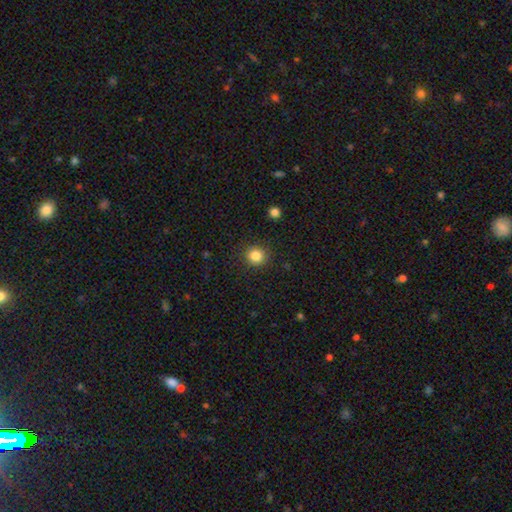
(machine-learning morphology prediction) Overall: smooth (84%). How rounded: round (91%). Merging: none (89%).